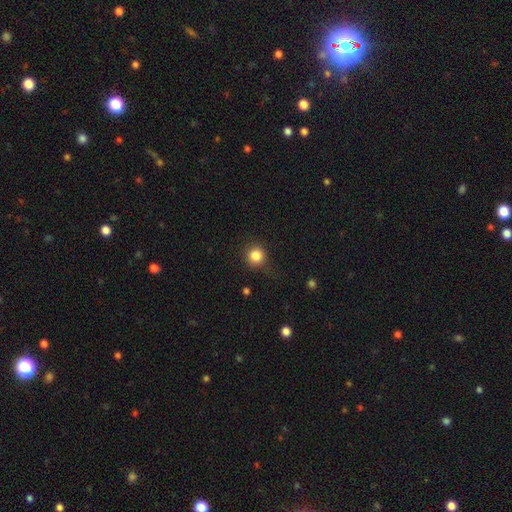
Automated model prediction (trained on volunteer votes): This appears to be a smooth galaxy with no disk features (84%) that is round (92%). Merging: none (80%).